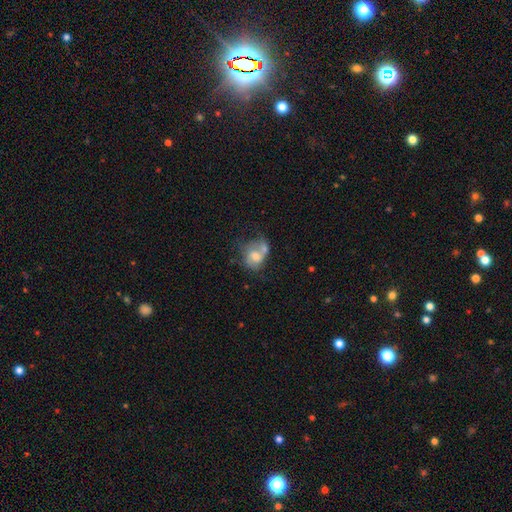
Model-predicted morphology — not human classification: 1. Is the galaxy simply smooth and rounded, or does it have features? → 46% featured or disk, 45% smooth, 8% star or artifact.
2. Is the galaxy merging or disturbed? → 42% merger, 23% none, 18% major disturbance, 17% minor disturbance.